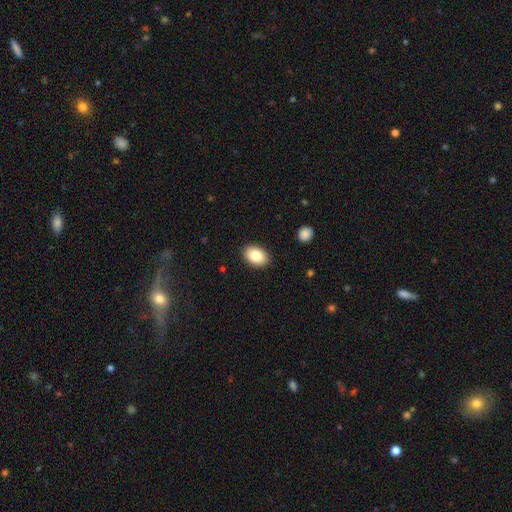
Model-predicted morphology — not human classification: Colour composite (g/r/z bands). It shows a smooth galaxy with no disk features (83%) that is in between round and cigar-shaped (86%). Merging: none (89%).